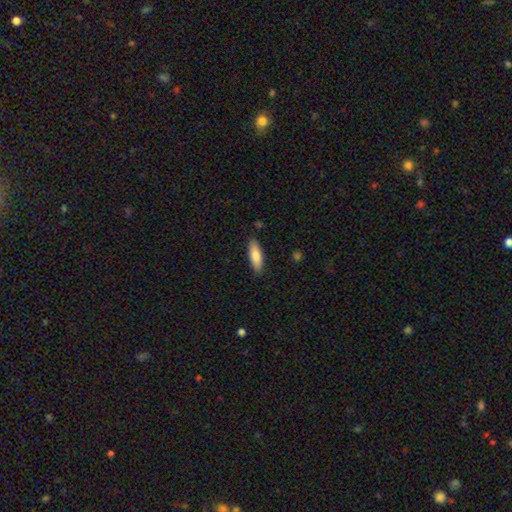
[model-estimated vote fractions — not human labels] smooth_or_featured: smooth (p=0.82) [alt: featured or disk p=0.12]
how_rounded: in between (p=0.60) [alt: cigar-shaped p=0.39]
merging: none (p=0.86) [alt: minor disturbance p=0.10]